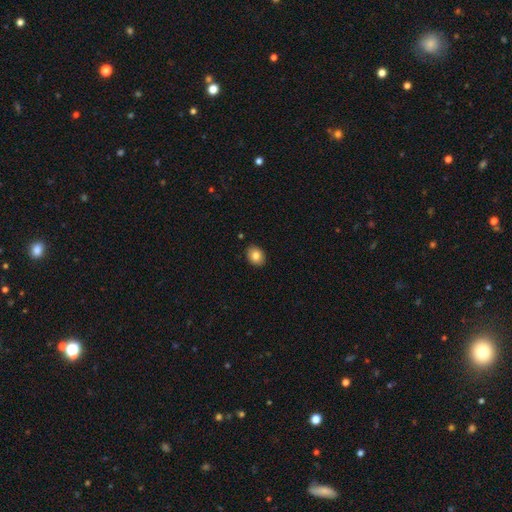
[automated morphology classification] The model was most divided on "how rounded": in between: 61%, round: 38%, cigar-shaped: 1%. More confident: merging — none (89%); smooth or featured — smooth (83%).